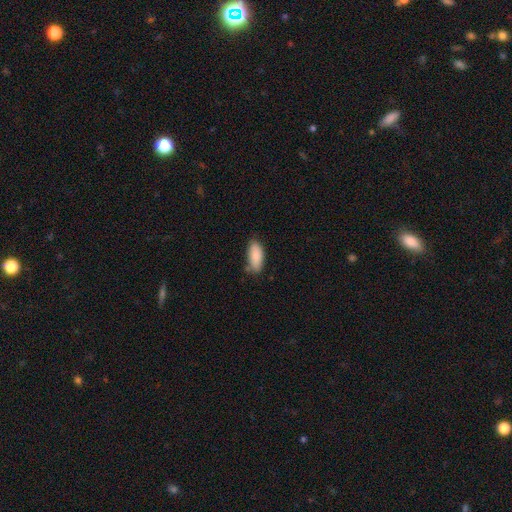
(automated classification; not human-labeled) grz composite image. It shows a smooth galaxy with no disk features (89%) that is in between round and cigar-shaped (84%). Merging: none (74%).